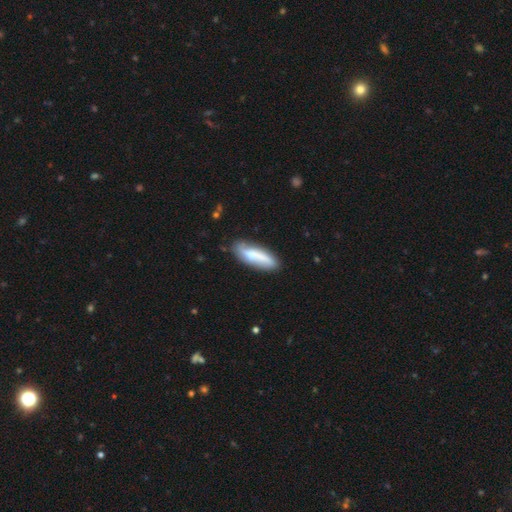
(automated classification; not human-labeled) Overall: smooth (58%; featured or disk 35%). How rounded: in between (52%; cigar-shaped 46%). Merging: none (69%).